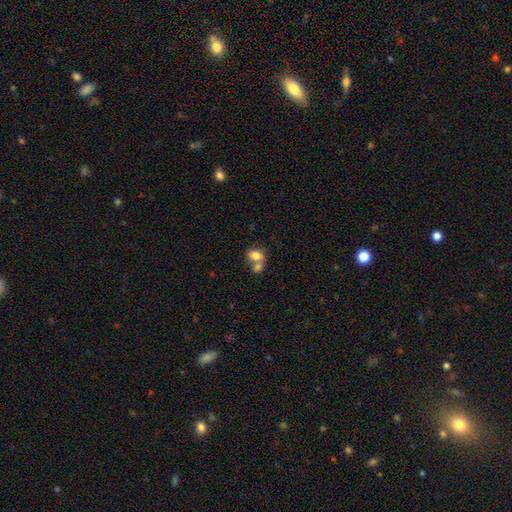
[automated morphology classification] Smooth or featured?
  - smooth: 79% *
  - featured or disk: 12%
  - star or artifact: 9%
How rounded?
  - in between: 72% *
  - round: 27%
  - cigar-shaped: 2%
Merging?
  - merger: 54% *
  - none: 32%
  - minor disturbance: 9%
  - major disturbance: 4%